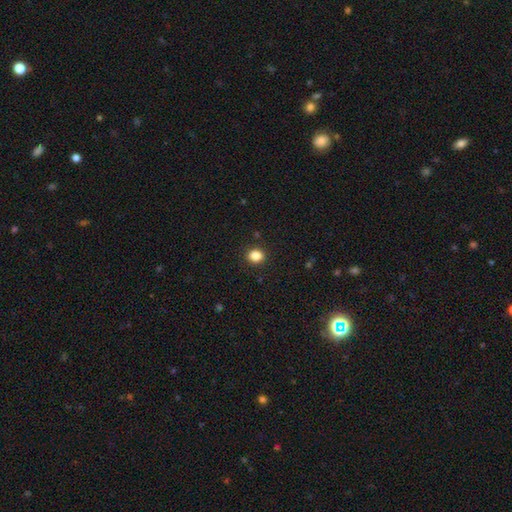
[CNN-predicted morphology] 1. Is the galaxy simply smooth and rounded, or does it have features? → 85% smooth, 11% star or artifact, 4% featured or disk.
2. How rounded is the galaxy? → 66% round, 33% in between, 1% cigar-shaped.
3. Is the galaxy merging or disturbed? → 91% none, 6% minor disturbance, 2% major disturbance, 1% merger.